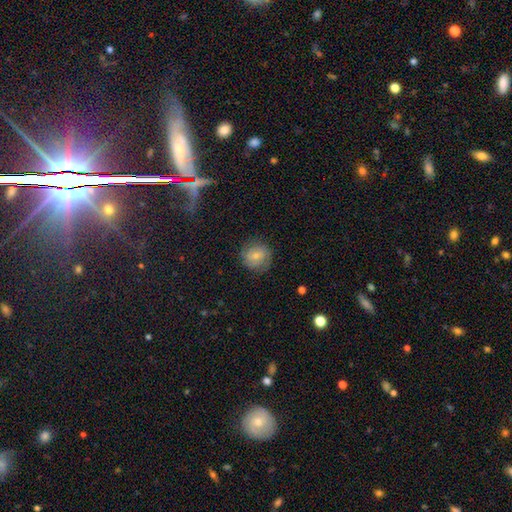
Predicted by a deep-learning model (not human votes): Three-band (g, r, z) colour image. It shows a smooth galaxy with no disk features (54%) that is round (88%). Merging: none (80%).